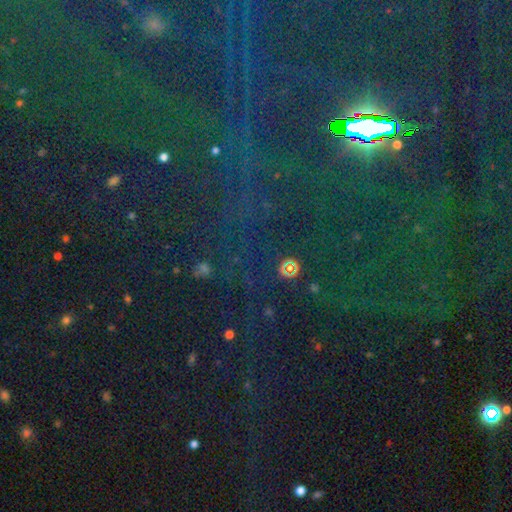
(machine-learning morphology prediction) Overall: star or artifact (84%).